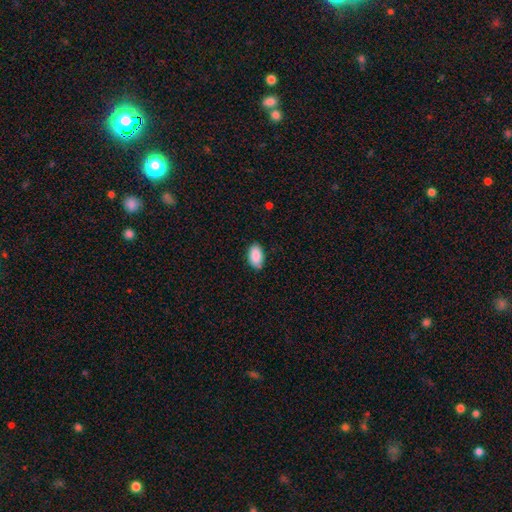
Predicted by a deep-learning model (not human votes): The model was most divided on "merging": none: 81%, minor disturbance: 15%, major disturbance: 2%, merger: 1%. More confident: how rounded — in between (94%); smooth or featured — smooth (90%).